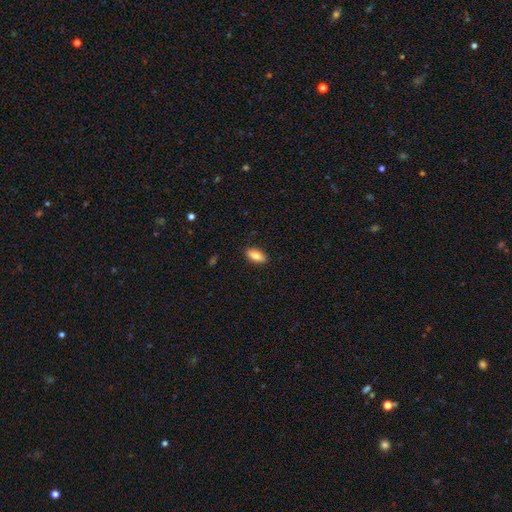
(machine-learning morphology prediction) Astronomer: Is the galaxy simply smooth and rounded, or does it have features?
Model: smooth — 80%.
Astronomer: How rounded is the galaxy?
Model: in between — 84%.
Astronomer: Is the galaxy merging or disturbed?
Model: none — 88%.